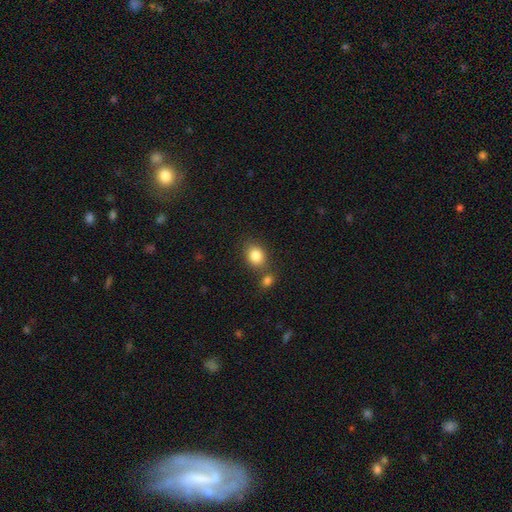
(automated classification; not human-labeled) smooth-or-featured: smooth: 85% | star or artifact: 9% | featured or disk: 6%
  how-rounded: in between: 53% | round: 46% | cigar-shaped: 1%
  merging: none: 66% | merger: 19% | minor disturbance: 11% | major disturbance: 3%